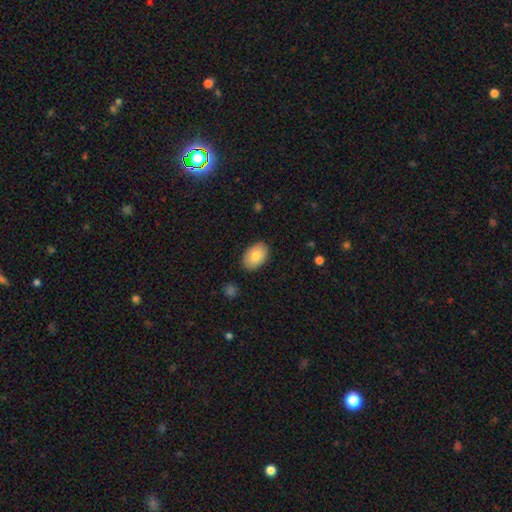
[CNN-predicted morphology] A smooth galaxy with no disk features (83%) that is in between round and cigar-shaped (88%).

Vote fractions:
- Smooth or featured? smooth: 83% / featured or disk: 11% / star or artifact: 6%
- How rounded? in between: 88% / round: 11% / cigar-shaped: 1%
- Merging? none: 87% / minor disturbance: 10% / major disturbance: 2% / merger: 1%